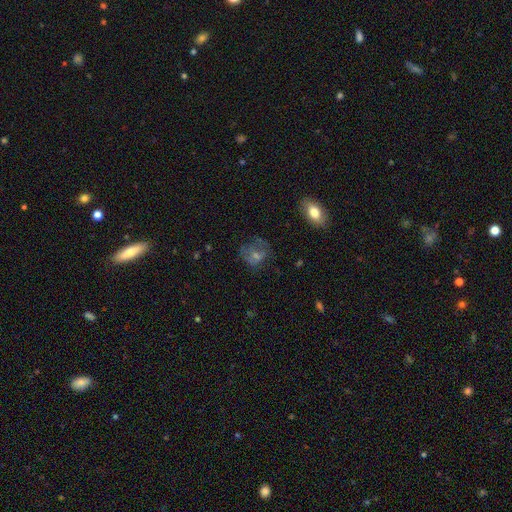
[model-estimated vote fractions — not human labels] featured or disk 40%, smooth 39%, star or artifact 21%. Down the decision tree: merging — none (59%).